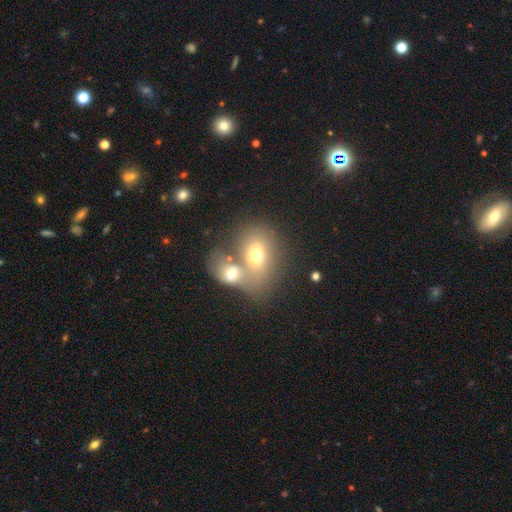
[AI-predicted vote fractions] Smooth or featured? Predicted: smooth (p=0.64). How rounded? Predicted: in between (p=0.60). Merging? Predicted: merger (p=0.62).